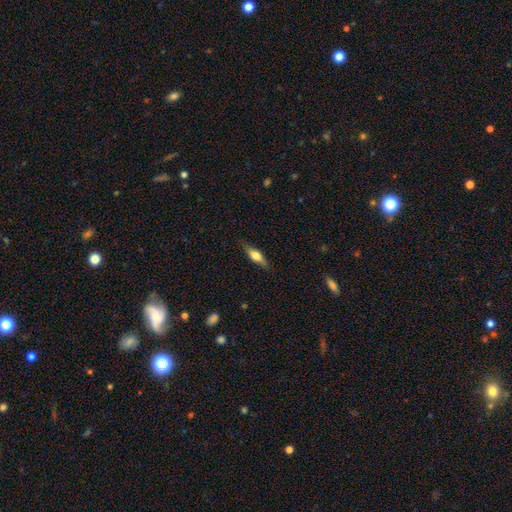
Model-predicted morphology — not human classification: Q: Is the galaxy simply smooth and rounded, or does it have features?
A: smooth — 56%.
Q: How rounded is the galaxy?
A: in between — 50%.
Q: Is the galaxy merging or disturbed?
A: none — 81%.